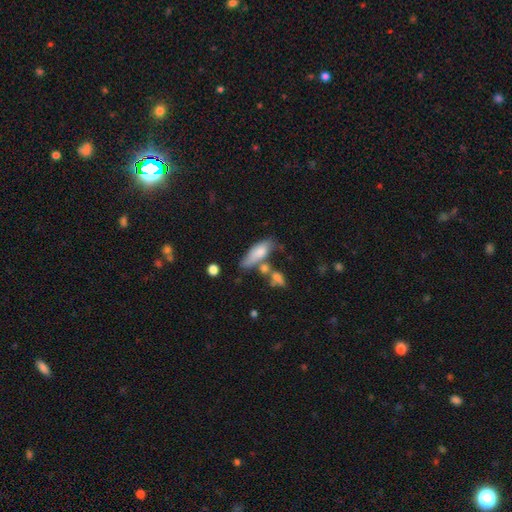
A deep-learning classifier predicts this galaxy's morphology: Smooth or featured: smooth — 70% (featured or disk — 23%)
How rounded: in between — 65% (cigar-shaped — 32%)
Merging: none — 42% (merger — 24%)